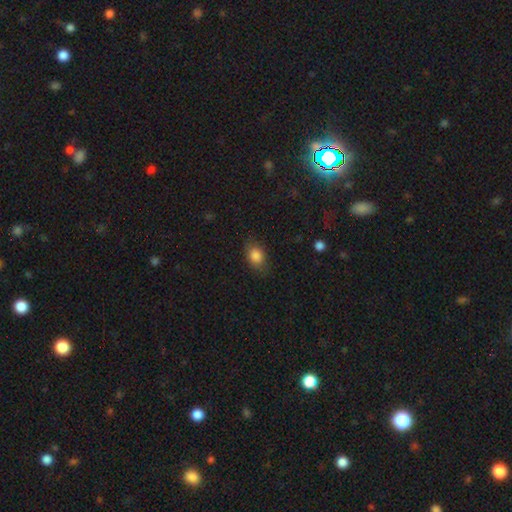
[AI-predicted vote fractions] smooth 84%, star or artifact 9%, featured or disk 6%. Down the decision tree: how rounded — in between (74%); merging — none (79%).